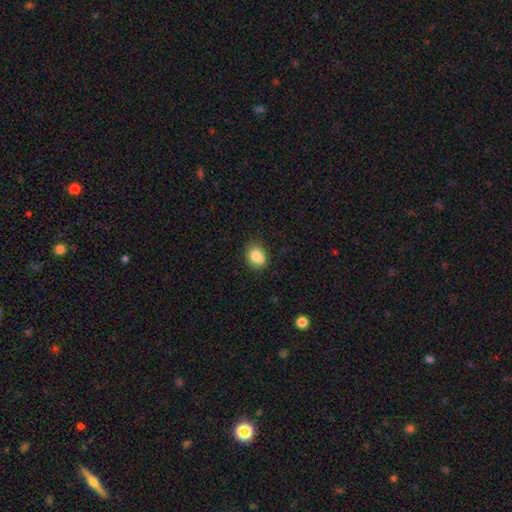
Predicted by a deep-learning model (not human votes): Morphology: type=smooth (78%); roundness=in between (51%); merging=none (54%).